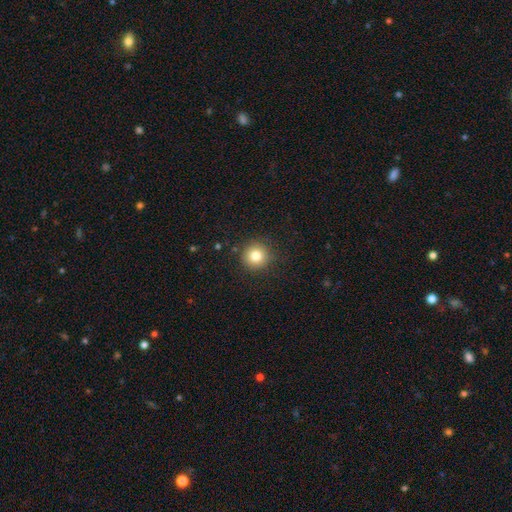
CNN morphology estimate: Smooth or featured? Predicted: smooth (p=0.82). How rounded? Predicted: round (p=0.95). Merging? Predicted: none (p=0.89).